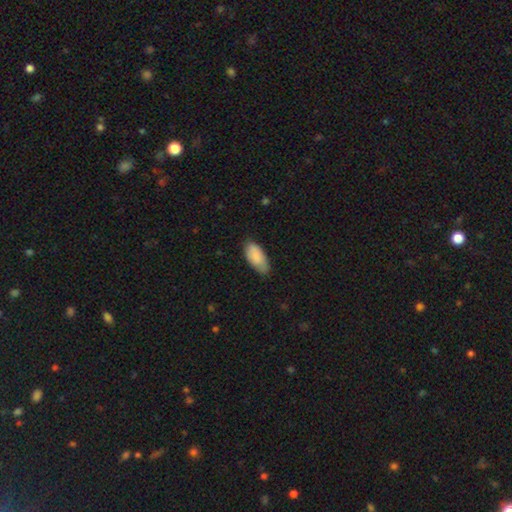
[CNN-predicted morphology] smooth_or_featured: smooth (p=0.86) [alt: featured or disk p=0.09]
how_rounded: in between (p=0.91) [alt: cigar-shaped p=0.08]
merging: none (p=0.71) [alt: minor disturbance p=0.24]